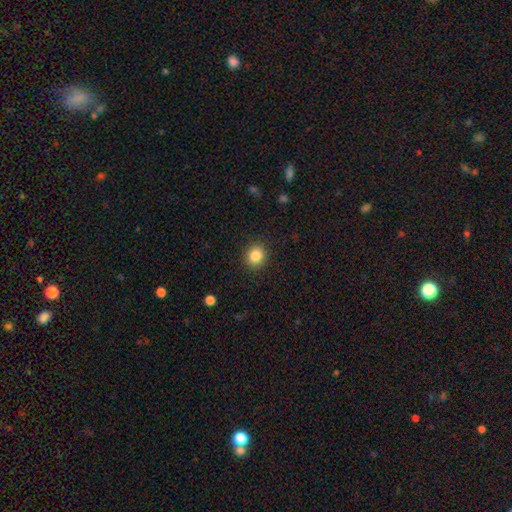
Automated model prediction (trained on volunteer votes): Smooth or featured? smooth (85%)
How rounded? round (86%)
Merging? none (90%)